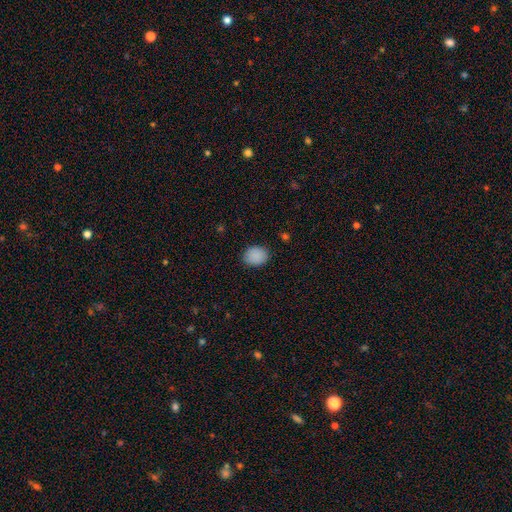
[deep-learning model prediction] smooth-or-featured: smooth: 89% | star or artifact: 8% | featured or disk: 3%
  how-rounded: in between: 54% | round: 45% | cigar-shaped: 1%
  merging: none: 85% | minor disturbance: 12% | major disturbance: 2% | merger: 1%